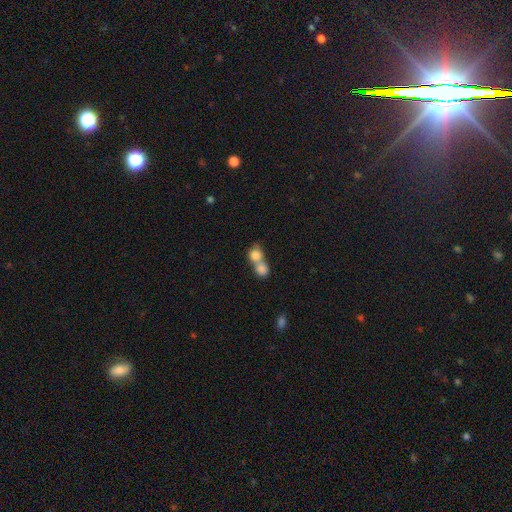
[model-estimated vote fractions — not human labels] This is clearly a smooth galaxy (80%). How rounded: likely round (71%). Merging: likely merger (71%).